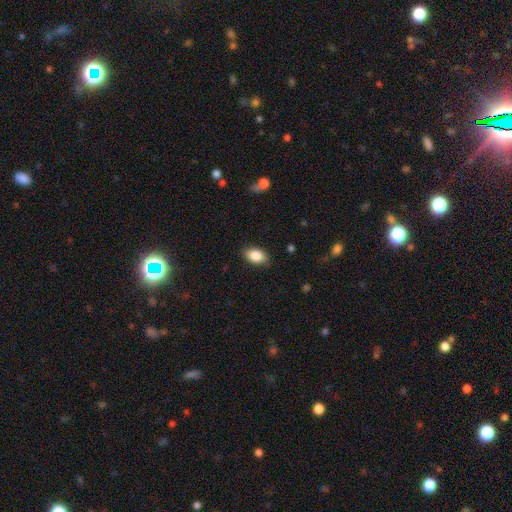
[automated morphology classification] Smooth or featured? Predicted: smooth (p=0.86). How rounded? Predicted: in between (p=0.88). Merging? Predicted: none (p=0.82).